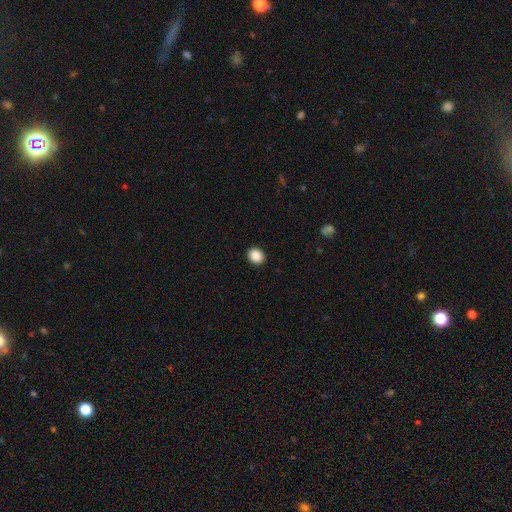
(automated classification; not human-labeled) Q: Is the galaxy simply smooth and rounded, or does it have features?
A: smooth — 88%.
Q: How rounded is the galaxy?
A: round — 59%.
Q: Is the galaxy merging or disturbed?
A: none — 91%.